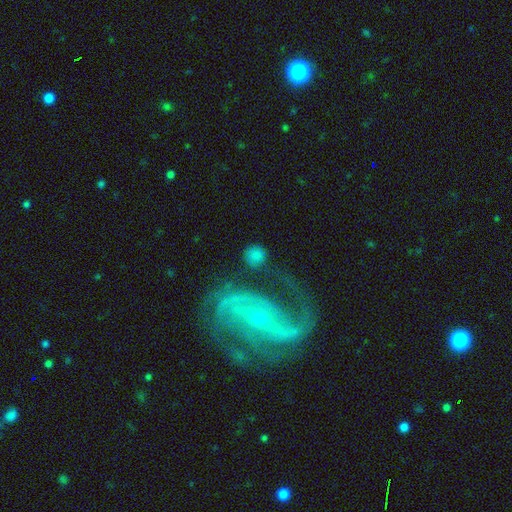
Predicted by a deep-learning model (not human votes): Morphology: type=smooth (70%); roundness=round (90%); merging=none (74%).